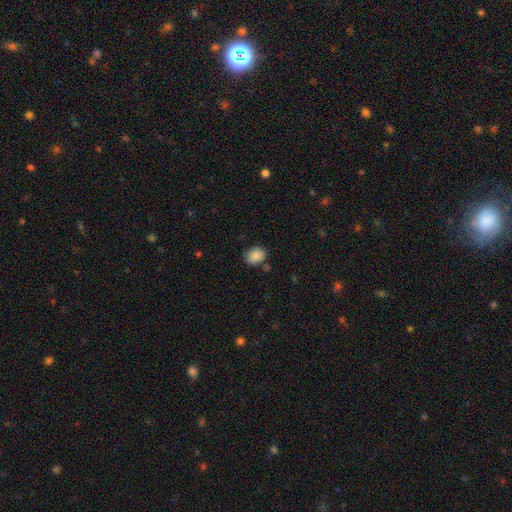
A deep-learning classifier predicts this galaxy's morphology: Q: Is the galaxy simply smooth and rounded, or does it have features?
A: smooth — 88%.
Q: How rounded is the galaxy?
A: in between — 64%.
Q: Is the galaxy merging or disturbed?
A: none — 76%.